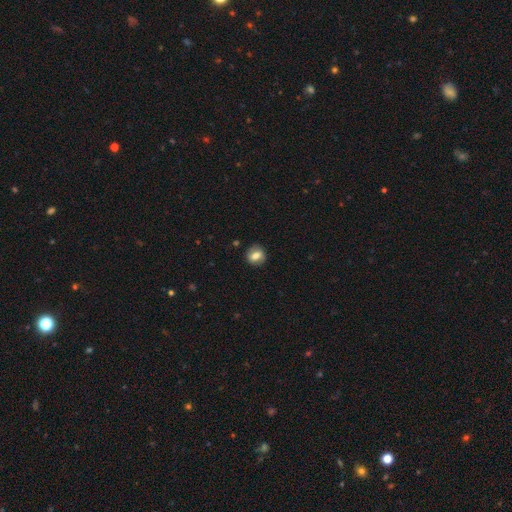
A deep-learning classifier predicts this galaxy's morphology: Smooth or featured: smooth — 67% (featured or disk — 24%)
How rounded: round — 63% (in between — 36%)
Merging: none — 81% (minor disturbance — 13%)